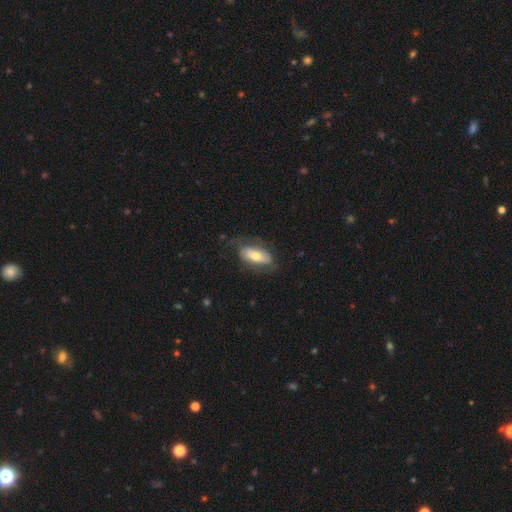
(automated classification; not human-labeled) Smooth or featured? smooth (53%)
How rounded? in between (85%)
Merging? none (65%)